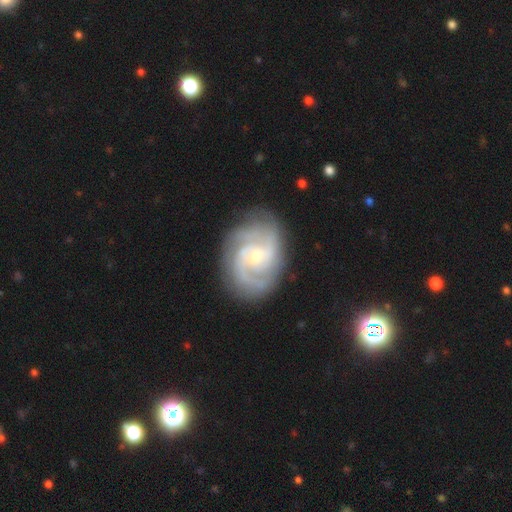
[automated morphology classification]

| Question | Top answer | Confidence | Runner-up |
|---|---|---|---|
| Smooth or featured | featured or disk | 88% | smooth (7%) |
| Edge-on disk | no | 98% | yes (2%) |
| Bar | no | 55% | weak (38%) |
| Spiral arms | yes | 97% | no (3%) |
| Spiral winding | medium | 45% | tight (44%) |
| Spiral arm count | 2 | 48% | 3 (24%) |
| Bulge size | small | 59% | moderate (36%) |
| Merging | none | 78% | minor disturbance (15%) |